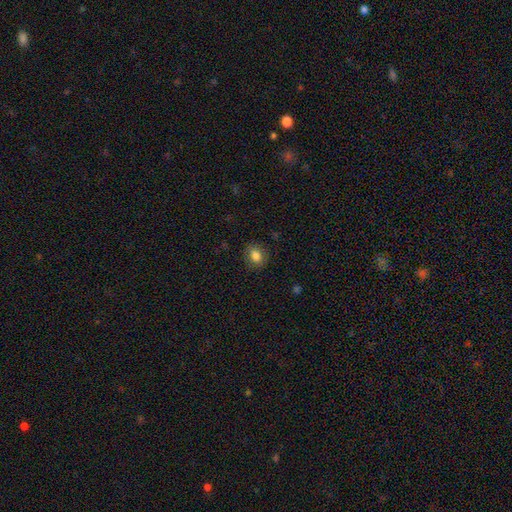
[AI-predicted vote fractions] Smooth or featured? Predicted: smooth (p=0.83). How rounded? Predicted: in between (p=0.53). Merging? Predicted: none (p=0.84).